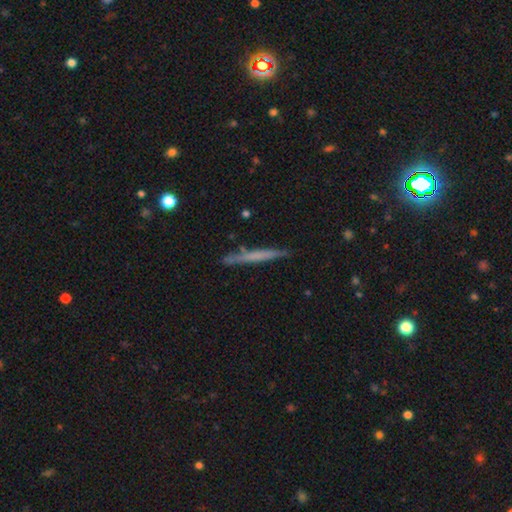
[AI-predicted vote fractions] Q: Smooth or featured?
A: smooth (48%); runner-up: featured or disk (46%)
Q: Merging?
A: none (87%); runner-up: minor disturbance (10%)